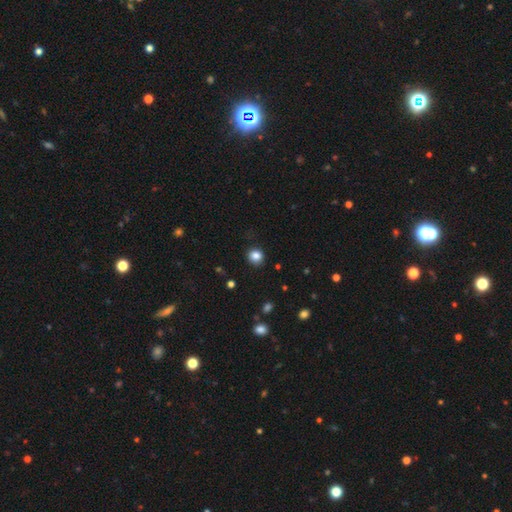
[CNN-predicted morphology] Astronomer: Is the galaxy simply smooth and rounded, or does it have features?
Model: smooth — 85%.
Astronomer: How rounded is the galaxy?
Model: round — 83%.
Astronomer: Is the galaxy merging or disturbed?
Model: none — 87%.